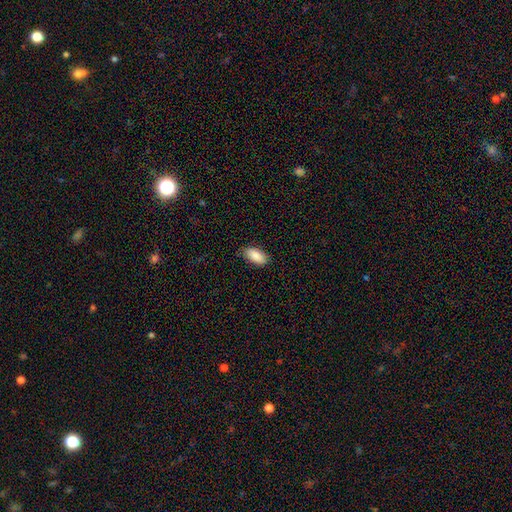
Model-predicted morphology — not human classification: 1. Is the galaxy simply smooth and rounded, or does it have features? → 89% smooth, 6% star or artifact, 5% featured or disk.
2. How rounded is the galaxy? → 91% in between, 7% cigar-shaped, 2% round.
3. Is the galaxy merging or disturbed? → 82% none, 14% minor disturbance, 3% major disturbance, 1% merger.